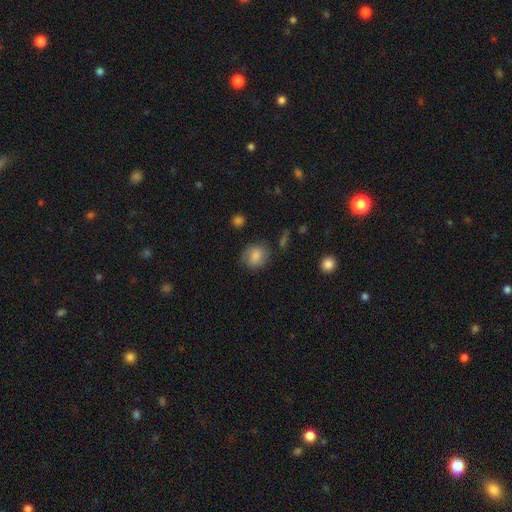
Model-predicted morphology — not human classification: Smooth or featured?
  - smooth: 78% *
  - featured or disk: 14%
  - star or artifact: 9%
How rounded?
  - round: 66% *
  - in between: 33%
  - cigar-shaped: 1%
Merging?
  - none: 73% *
  - minor disturbance: 18%
  - major disturbance: 6%
  - merger: 2%